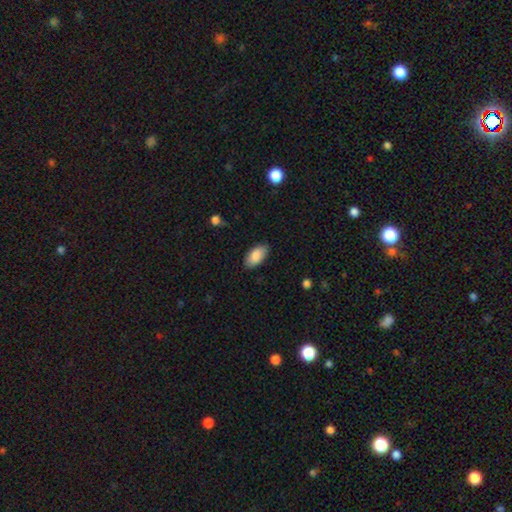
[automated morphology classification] Smooth or featured: smooth — 86% (featured or disk — 8%)
How rounded: in between — 95% (round — 3%)
Merging: none — 86% (minor disturbance — 11%)